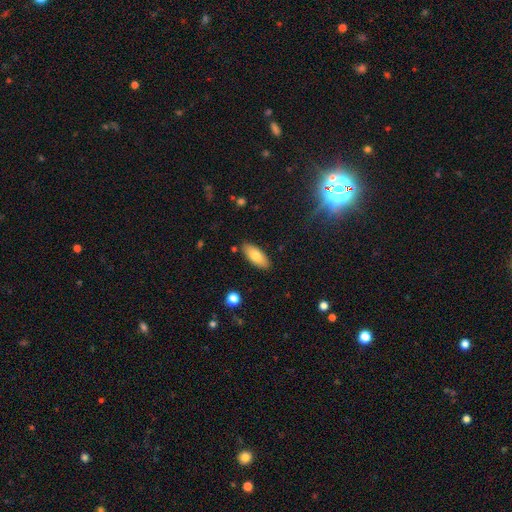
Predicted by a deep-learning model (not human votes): A smooth galaxy with no disk features (76%) that is in between round and cigar-shaped (84%). Merging: none (87%).